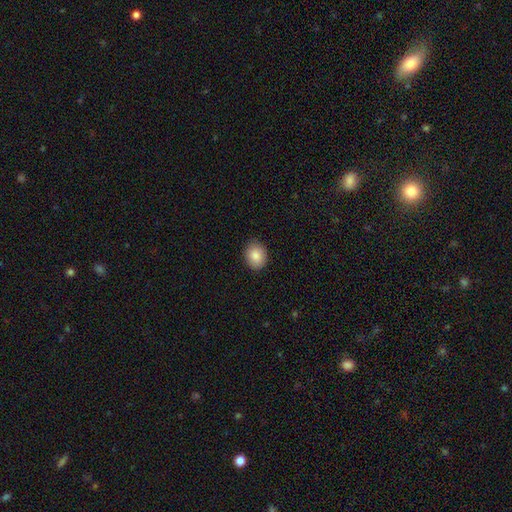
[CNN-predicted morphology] smooth-or-featured: smooth: 85% | star or artifact: 8% | featured or disk: 7%
  how-rounded: round: 54% | in between: 45% | cigar-shaped: 1%
  merging: none: 87% | minor disturbance: 10% | major disturbance: 2% | merger: 1%